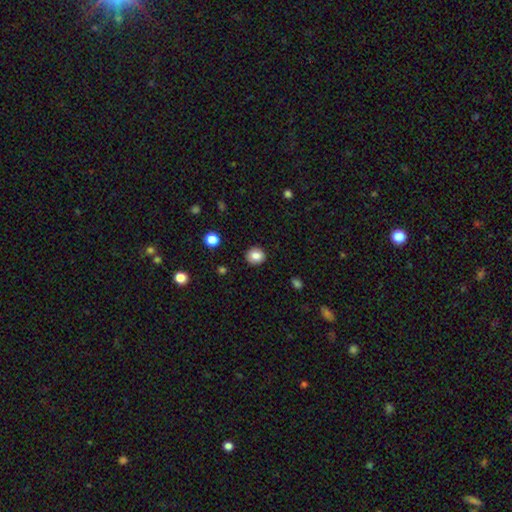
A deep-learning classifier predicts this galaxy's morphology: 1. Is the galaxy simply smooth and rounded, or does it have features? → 84% smooth, 10% star or artifact, 6% featured or disk.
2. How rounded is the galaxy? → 85% round, 14% in between, 1% cigar-shaped.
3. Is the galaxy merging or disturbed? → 91% none, 6% minor disturbance, 2% major disturbance, 1% merger.